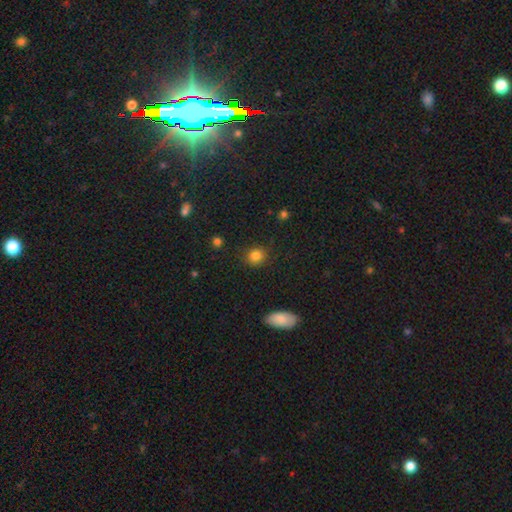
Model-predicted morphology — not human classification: smooth-or-featured: smooth: 84% | star or artifact: 12% | featured or disk: 5%
  how-rounded: round: 77% | in between: 22% | cigar-shaped: 1%
  merging: none: 85% | minor disturbance: 10% | major disturbance: 3% | merger: 2%